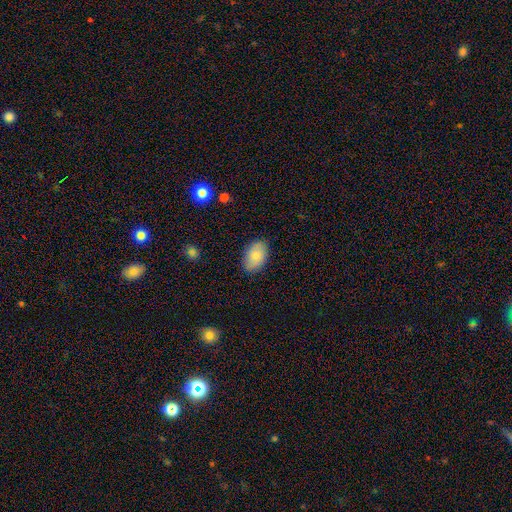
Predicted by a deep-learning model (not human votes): Smooth or featured: smooth — 81% (featured or disk — 13%)
How rounded: in between — 92% (round — 7%)
Merging: none — 86% (minor disturbance — 11%)